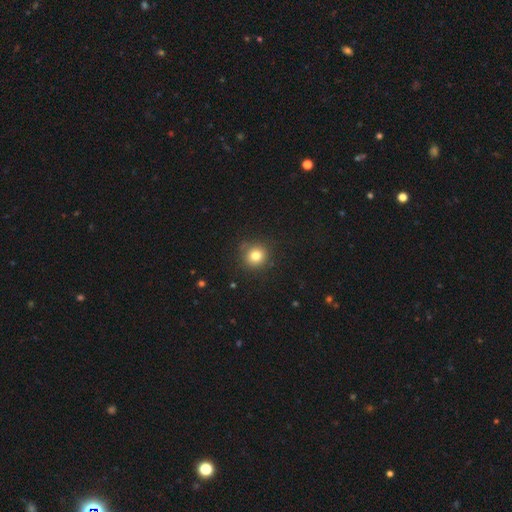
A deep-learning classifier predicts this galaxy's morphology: Smooth or featured? smooth (80%)
How rounded? round (92%)
Merging? none (83%)